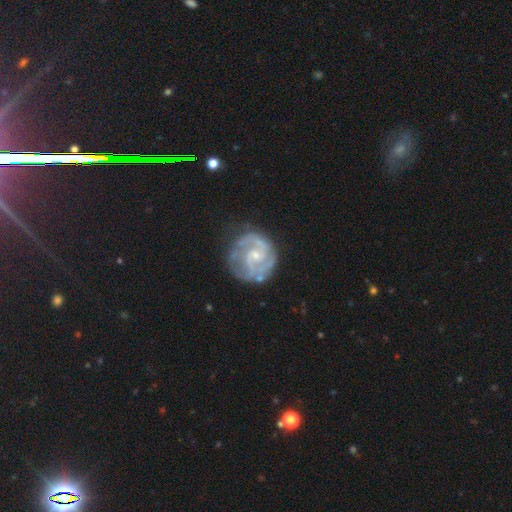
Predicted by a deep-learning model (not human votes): The model was most divided on "spiral winding": tight: 52%, medium: 39%, loose: 8%. More confident: edge-on disk — no (98%); spiral arms — yes (96%); smooth or featured — featured or disk (88%); merging — none (68%); bulge size — small (67%); spiral arm count — 2 (59%); bar — no (53%).